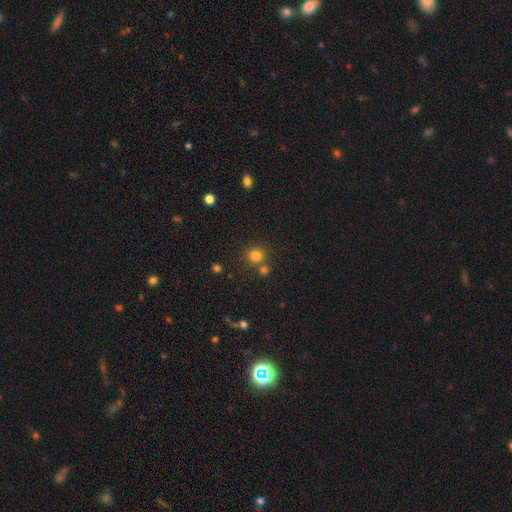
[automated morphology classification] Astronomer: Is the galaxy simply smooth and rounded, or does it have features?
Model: smooth — 79%.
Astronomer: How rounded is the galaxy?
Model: round — 89%.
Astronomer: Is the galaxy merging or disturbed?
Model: none — 72%.